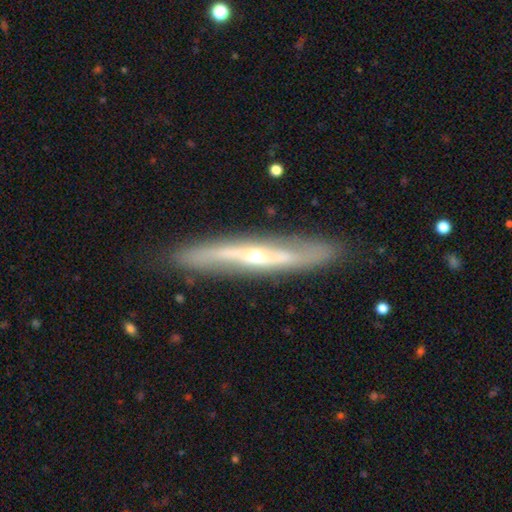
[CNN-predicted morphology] Overall: featured or disk (79%). Edge-on disk: yes (70%; no 30%). Edge-on bulge: rounded (80%). Merging: none (84%).